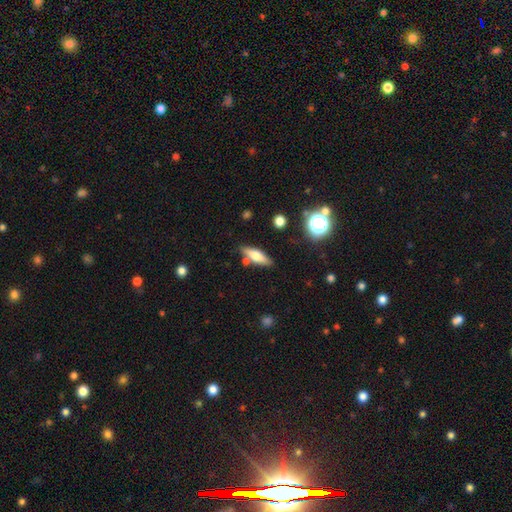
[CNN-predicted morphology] smooth 56%, featured or disk 36%, star or artifact 8%. Down the decision tree: how rounded — cigar-shaped (52%); merging — none (78%).